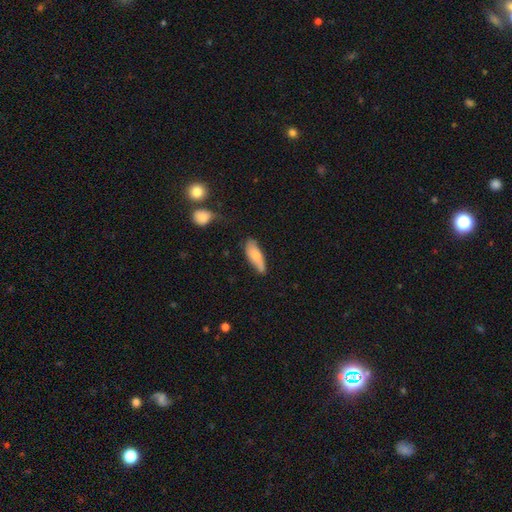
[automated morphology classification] A smooth galaxy with no disk features (72%) that is in between round and cigar-shaped (61%).

Vote fractions:
- Smooth or featured? smooth: 72% / featured or disk: 21% / star or artifact: 6%
- How rounded? in between: 61% / cigar-shaped: 37% / round: 2%
- Merging? none: 61% / minor disturbance: 30% / major disturbance: 6% / merger: 3%